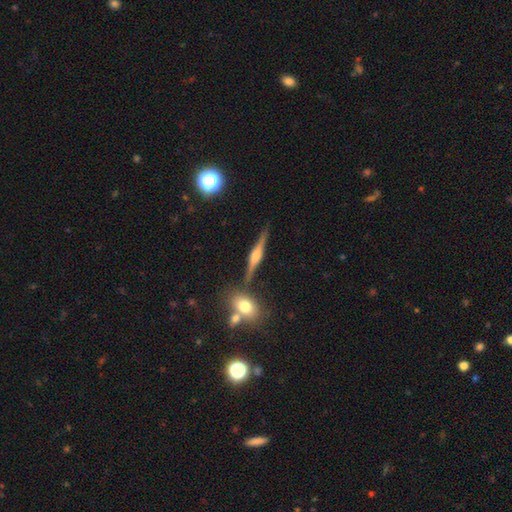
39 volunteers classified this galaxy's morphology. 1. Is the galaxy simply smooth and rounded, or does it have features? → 90% featured or disk, 8% smooth, 3% star or artifact.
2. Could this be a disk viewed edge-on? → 94% yes, 6% no.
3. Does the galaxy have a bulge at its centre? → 73% rounded, 27% boxy, 0% none.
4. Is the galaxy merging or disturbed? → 76% none, 11% major disturbance, 8% minor disturbance, 5% merger.